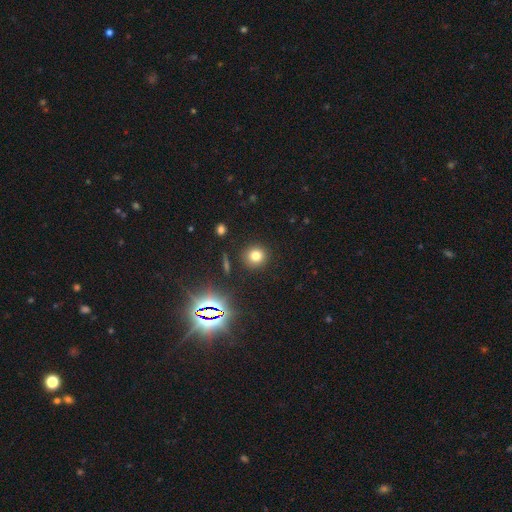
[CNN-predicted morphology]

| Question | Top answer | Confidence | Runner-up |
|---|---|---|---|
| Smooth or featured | smooth | 74% | star or artifact (18%) |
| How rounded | round | 90% | in between (8%) |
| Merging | none | 89% | minor disturbance (6%) |